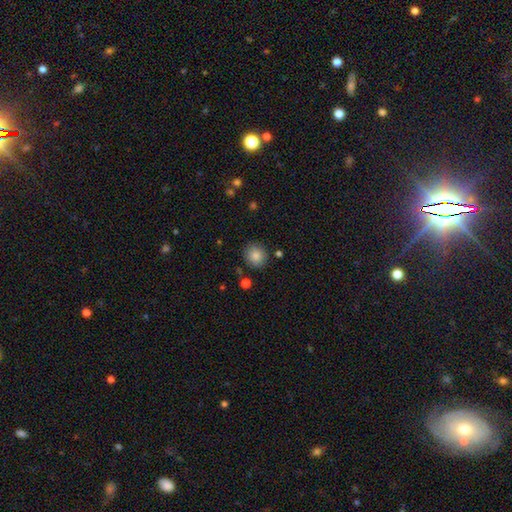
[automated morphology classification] smooth 85%, star or artifact 9%, featured or disk 6%. Down the decision tree: how rounded — round (88%); merging — none (87%).